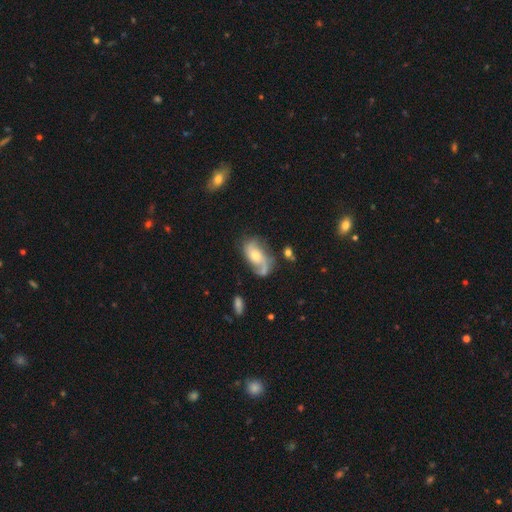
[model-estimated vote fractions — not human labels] Smooth or featured?
  - featured or disk: 68% *
  - smooth: 25%
  - star or artifact: 7%
Edge-on disk?
  - no: 95% *
  - yes: 5%
Bar?
  - no: 69% *
  - weak: 26%
  - strong: 5%
Spiral arms?
  - yes: 88% *
  - no: 12%
Spiral winding?
  - loose: 46% *
  - medium: 36%
  - tight: 18%
Spiral arm count?
  - 2: 56% *
  - 1: 26%
  - can't tell: 12%
  - 3: 3%
  - 4: 1%
  - more than 4: 1%
Bulge size?
  - moderate: 54% *
  - small: 37%
  - large: 5%
  - none: 2%
  - dominant: 1%
Merging?
  - none: 49% *
  - minor disturbance: 25%
  - major disturbance: 19%
  - merger: 7%